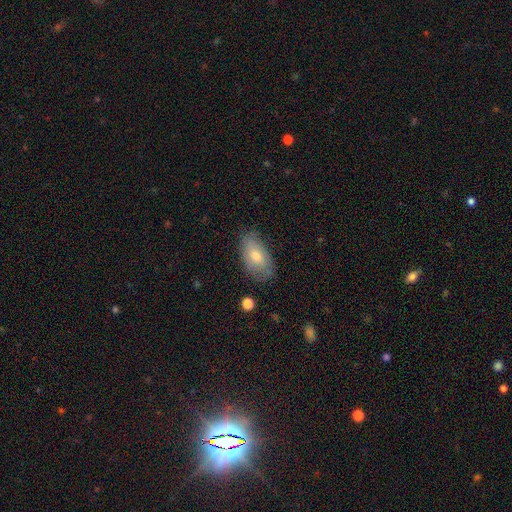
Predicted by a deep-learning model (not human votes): A smooth galaxy with no disk features (67%) that is in between round and cigar-shaped (92%).

Vote fractions:
- Smooth or featured? smooth: 67% / featured or disk: 25% / star or artifact: 7%
- How rounded? in between: 92% / round: 5% / cigar-shaped: 3%
- Merging? none: 75% / minor disturbance: 20% / major disturbance: 4% / merger: 1%